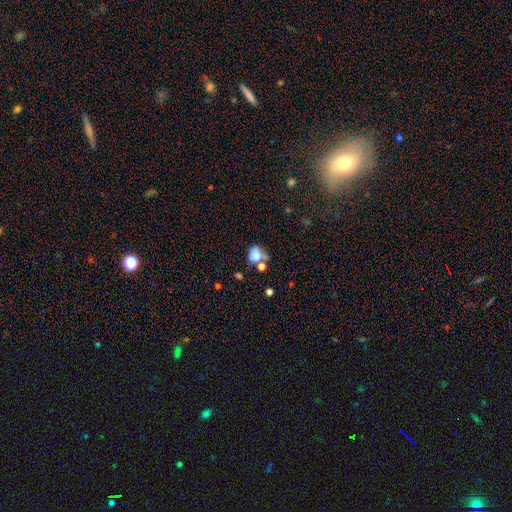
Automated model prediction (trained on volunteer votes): This appears to be a smooth galaxy with no disk features (70%) that is round (60%). Merging: none (35%).